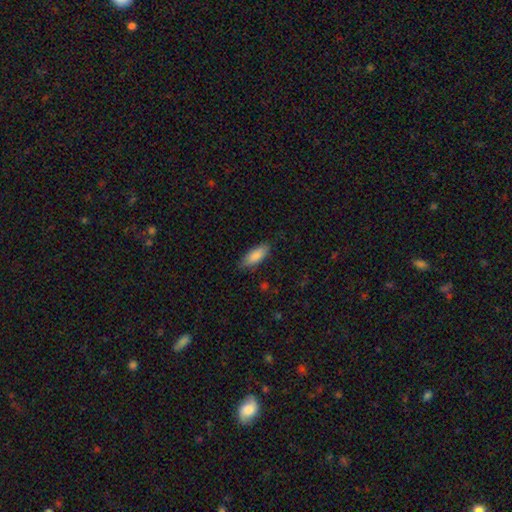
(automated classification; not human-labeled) Smooth or featured? Predicted: smooth (p=0.85). How rounded? Predicted: in between (p=0.76). Merging? Predicted: none (p=0.82).